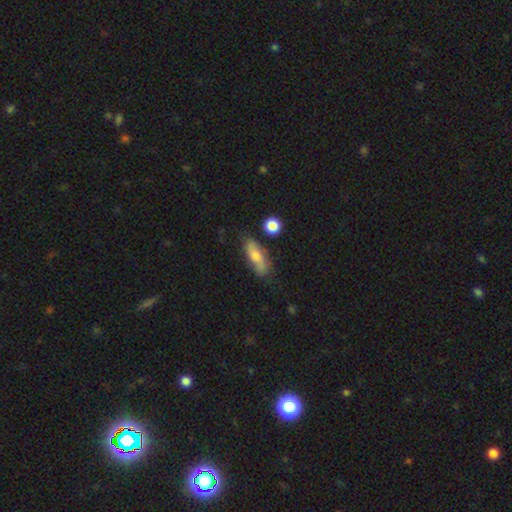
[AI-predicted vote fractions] This appears to be a smooth galaxy with no disk features (56%) that is in between round and cigar-shaped (62%). Merging: none (70%).